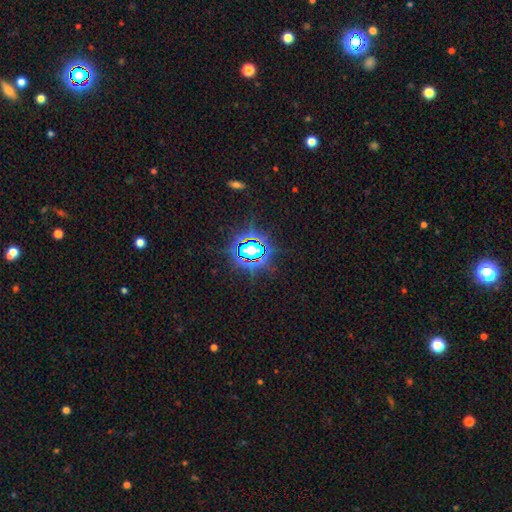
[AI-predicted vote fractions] smooth-or-featured: star or artifact: 73% | smooth: 16% | featured or disk: 11%